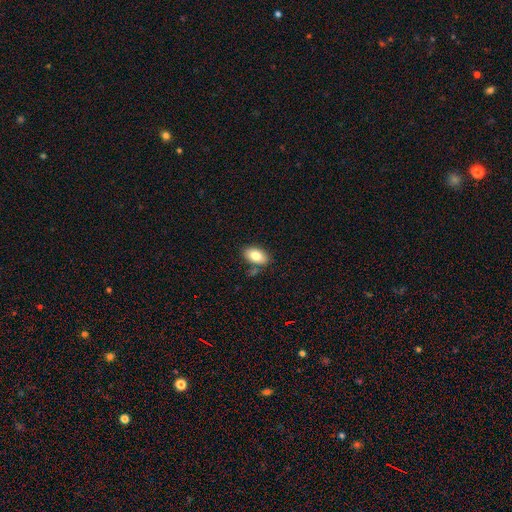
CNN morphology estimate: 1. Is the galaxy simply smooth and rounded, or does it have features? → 82% smooth, 11% featured or disk, 7% star or artifact.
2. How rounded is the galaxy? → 92% in between, 6% round, 2% cigar-shaped.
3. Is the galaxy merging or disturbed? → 81% none, 11% minor disturbance, 6% merger, 3% major disturbance.